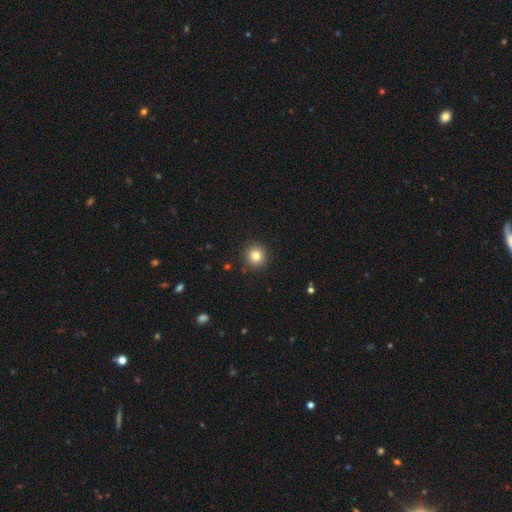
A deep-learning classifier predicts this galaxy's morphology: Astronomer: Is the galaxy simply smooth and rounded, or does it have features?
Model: smooth — 81%.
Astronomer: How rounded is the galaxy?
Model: round — 94%.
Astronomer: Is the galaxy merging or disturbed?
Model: none — 92%.